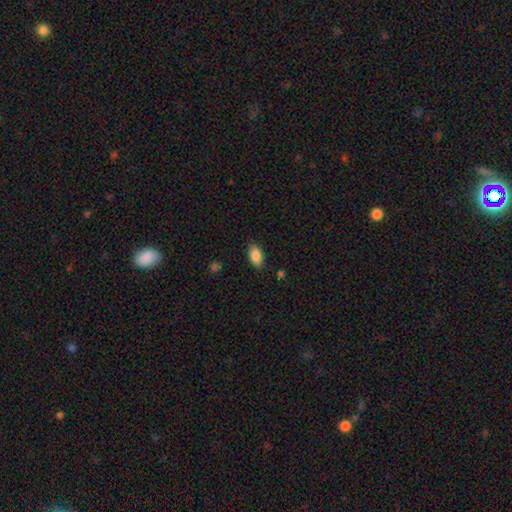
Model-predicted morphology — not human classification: Smooth or featured: smooth — 87% (star or artifact — 7%)
How rounded: in between — 92% (round — 5%)
Merging: none — 84% (minor disturbance — 13%)